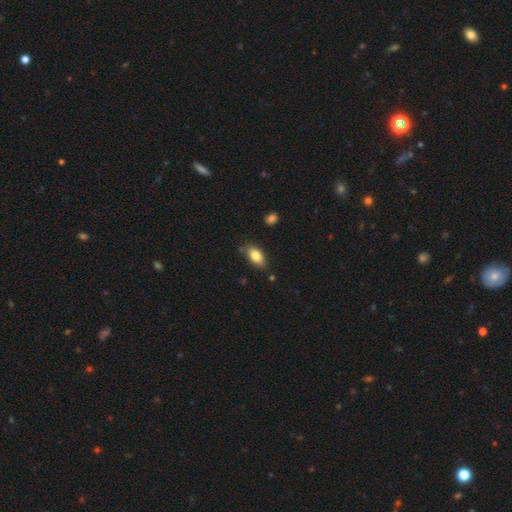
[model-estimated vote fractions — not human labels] The model was most divided on "merging": none: 76%, minor disturbance: 18%, major disturbance: 3%, merger: 3%. More confident: how rounded — in between (89%); smooth or featured — smooth (82%).